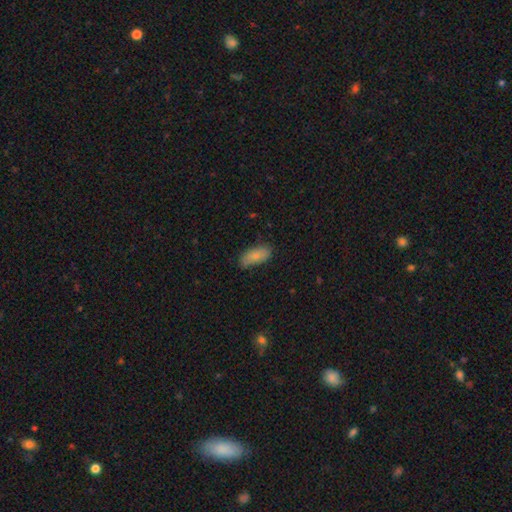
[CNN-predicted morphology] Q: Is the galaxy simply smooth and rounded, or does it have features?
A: smooth — 79%.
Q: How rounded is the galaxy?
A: in between — 88%.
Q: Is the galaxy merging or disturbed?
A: none — 73%.